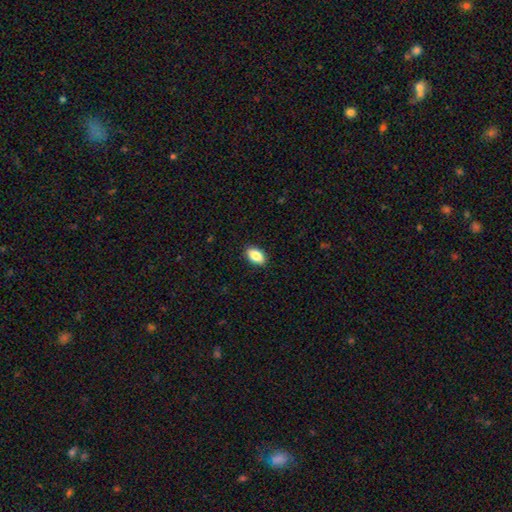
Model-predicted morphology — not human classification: A smooth galaxy with no disk features (85%) that is in between round and cigar-shaped (91%). Merging: none (90%).